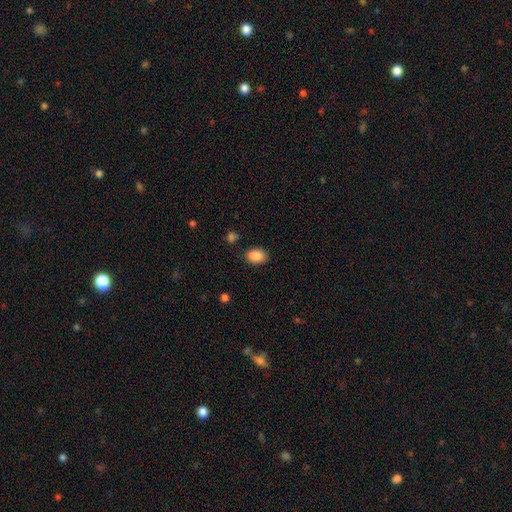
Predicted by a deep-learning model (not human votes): smooth_or_featured: smooth (p=0.87) [alt: star or artifact p=0.09]
how_rounded: in between (p=0.76) [alt: round p=0.23]
merging: none (p=0.75) [alt: minor disturbance p=0.16]